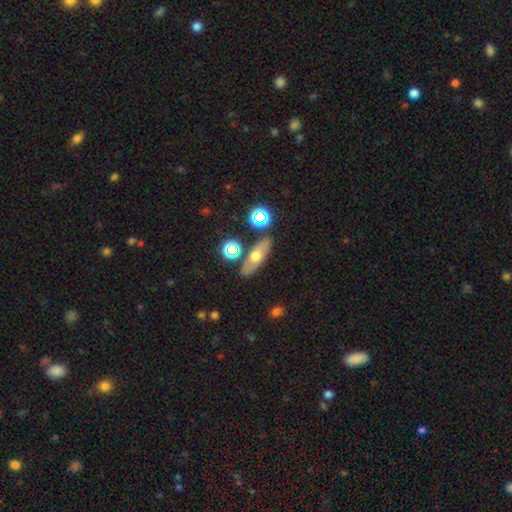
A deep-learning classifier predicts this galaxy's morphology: Smooth or featured: smooth — 51% (featured or disk — 32%)
How rounded: in between — 57% (cigar-shaped — 32%)
Merging: none — 80% (minor disturbance — 11%)